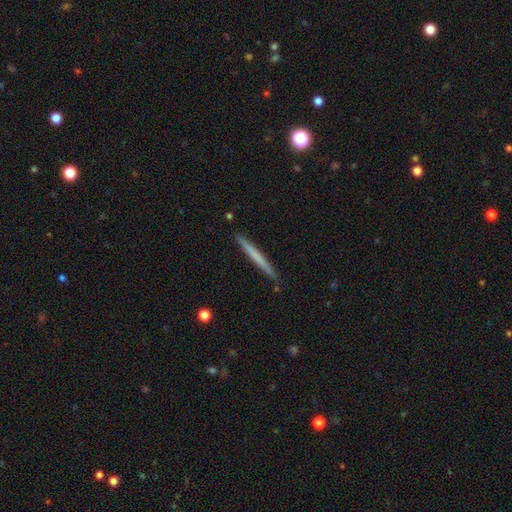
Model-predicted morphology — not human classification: smooth_or_featured: smooth (p=0.60) [alt: featured or disk p=0.35]
how_rounded: cigar-shaped (p=0.97) [alt: in between p=0.02]
merging: none (p=0.90) [alt: minor disturbance p=0.07]